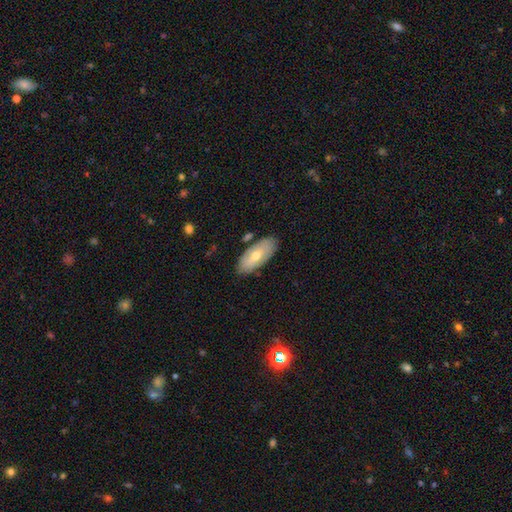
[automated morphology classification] A smooth galaxy with no disk features (57%) that is in between round and cigar-shaped (87%). Merging: none (83%).